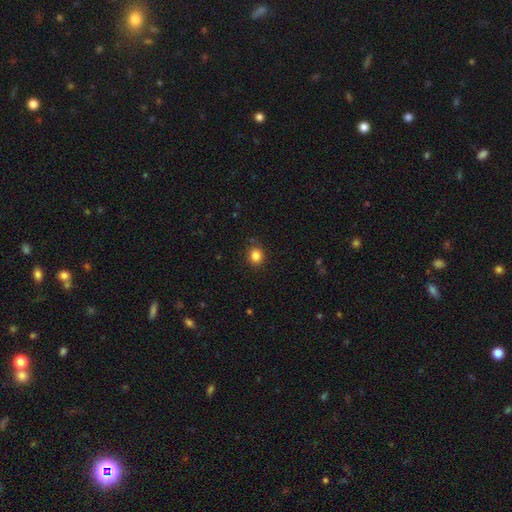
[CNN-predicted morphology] A smooth galaxy with no disk features (85%) that is round (82%).

Vote fractions:
- Smooth or featured? smooth: 85% / star or artifact: 11% / featured or disk: 4%
- How rounded? round: 82% / in between: 17% / cigar-shaped: 1%
- Merging? none: 87% / minor disturbance: 9% / major disturbance: 2% / merger: 1%